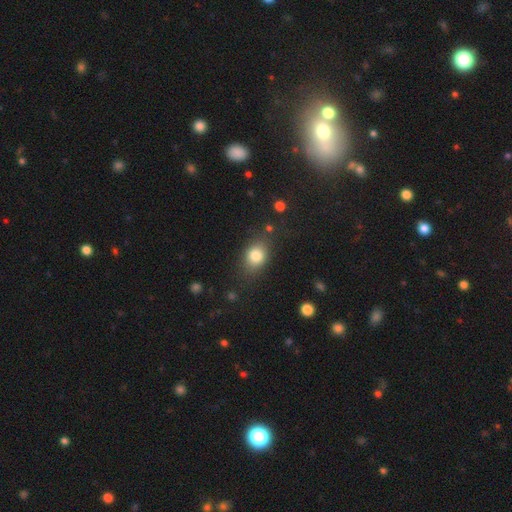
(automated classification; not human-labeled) Morphology: type=smooth (81%); roundness=in between (63%); merging=none (74%).